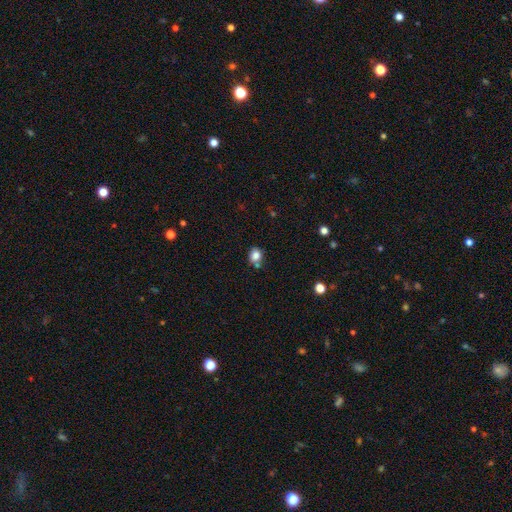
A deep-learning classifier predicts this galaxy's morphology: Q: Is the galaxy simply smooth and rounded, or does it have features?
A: smooth — 83%.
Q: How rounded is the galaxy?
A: round — 63%.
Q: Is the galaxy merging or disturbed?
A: none — 66%.